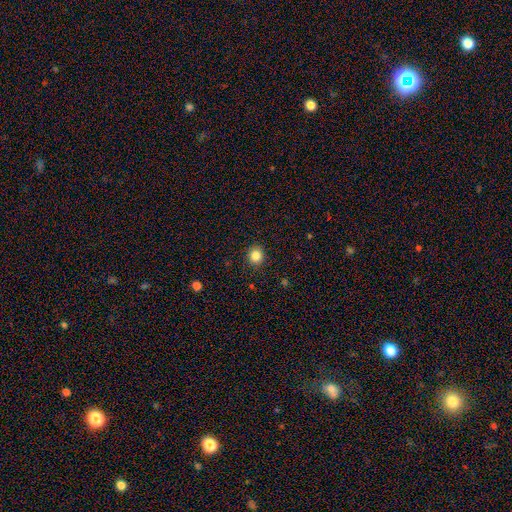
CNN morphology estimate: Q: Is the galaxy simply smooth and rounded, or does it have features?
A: smooth — 84%.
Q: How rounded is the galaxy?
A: round — 82%.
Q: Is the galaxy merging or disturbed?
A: none — 90%.